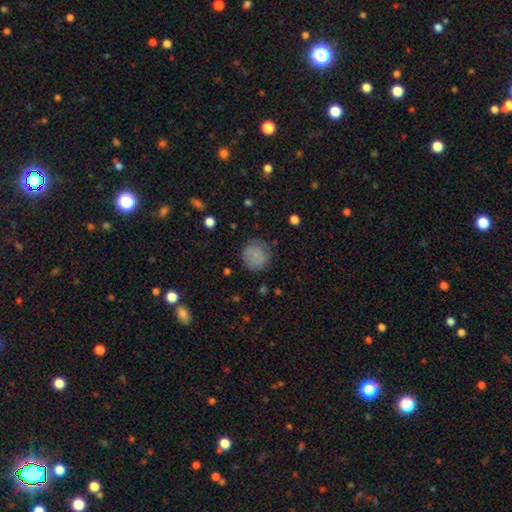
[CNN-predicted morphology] Smooth or featured: smooth — 77% (featured or disk — 13%)
How rounded: round — 88% (in between — 11%)
Merging: none — 73% (minor disturbance — 19%)